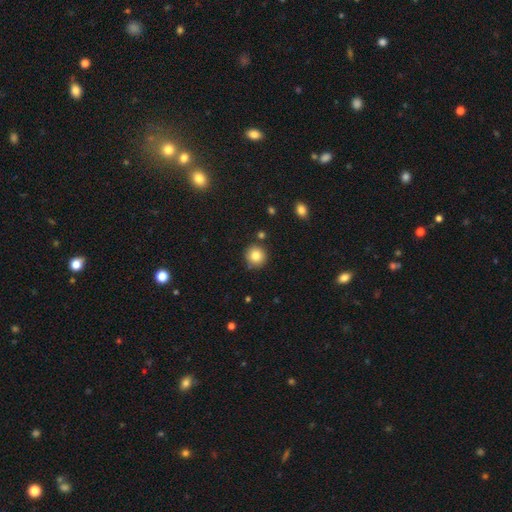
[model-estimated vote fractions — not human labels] Smooth or featured: smooth — 83% (star or artifact — 10%)
How rounded: round — 94% (in between — 6%)
Merging: none — 85% (minor disturbance — 8%)